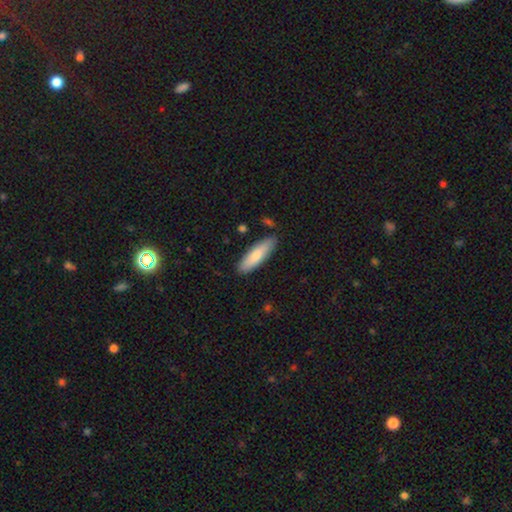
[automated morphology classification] Overall: smooth (78%). How rounded: cigar-shaped (57%; in between 41%). Merging: none (86%).